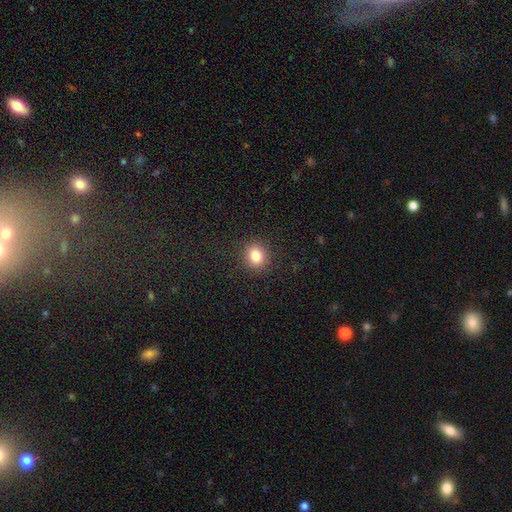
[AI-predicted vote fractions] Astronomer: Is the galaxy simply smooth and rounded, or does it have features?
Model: smooth — 83%.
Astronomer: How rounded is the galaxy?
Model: round — 76%.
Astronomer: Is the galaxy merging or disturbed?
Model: none — 89%.